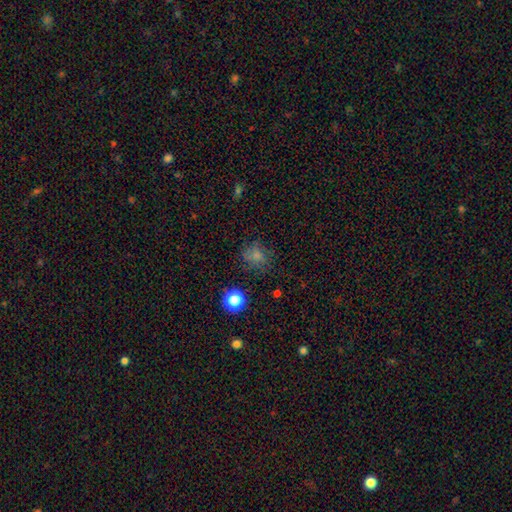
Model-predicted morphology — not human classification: This appears to be a smooth galaxy with no disk features (70%) that is round (78%). Merging: none (70%).